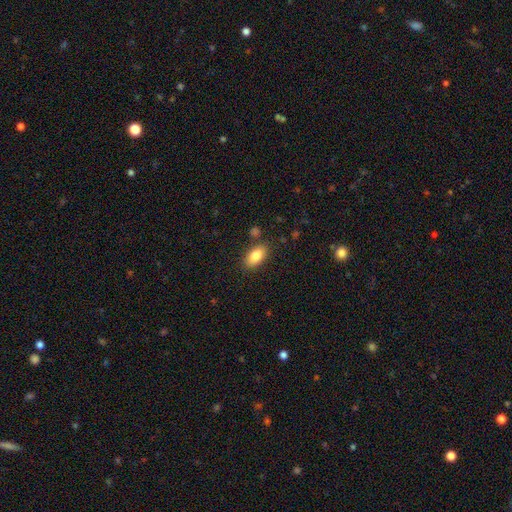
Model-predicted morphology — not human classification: Smooth or featured? Predicted: smooth (p=0.84). How rounded? Predicted: in between (p=0.91). Merging? Predicted: none (p=0.82).